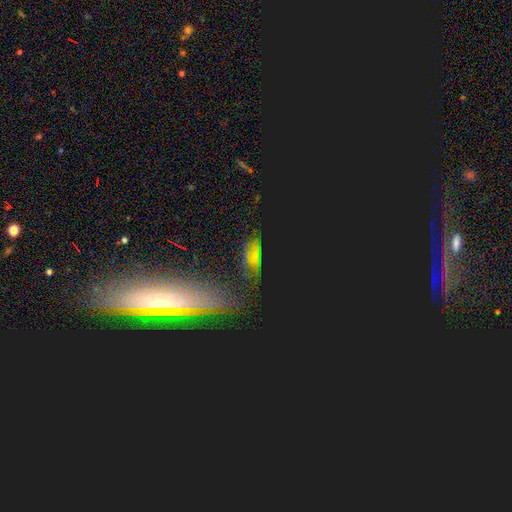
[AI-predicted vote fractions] Smooth or featured: star or artifact — 52% (featured or disk — 26%)